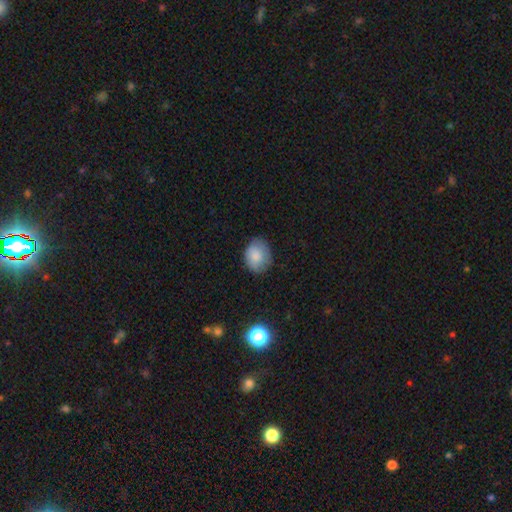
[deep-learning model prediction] A smooth galaxy with no disk features (82%) that is in between round and cigar-shaped (56%). Merging: none (74%).